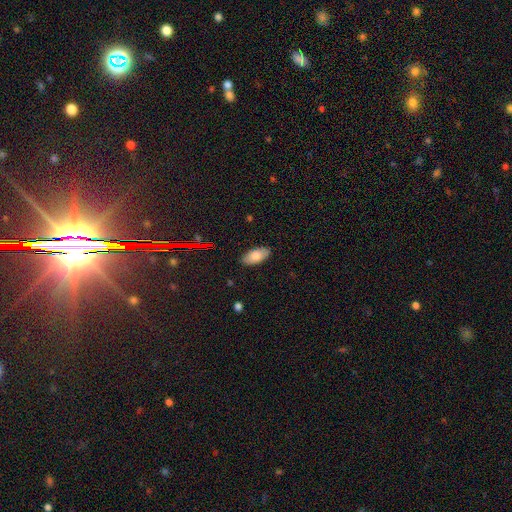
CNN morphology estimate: Smooth or featured? smooth (81%)
How rounded? in between (92%)
Merging? none (87%)